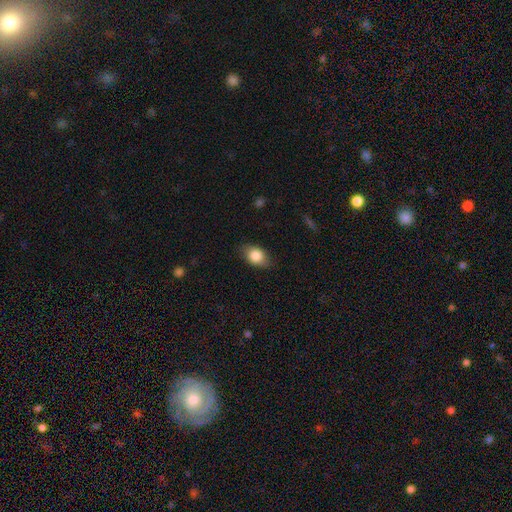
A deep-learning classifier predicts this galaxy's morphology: A smooth galaxy with no disk features (84%) that is in between round and cigar-shaped (79%). Merging: none (79%).